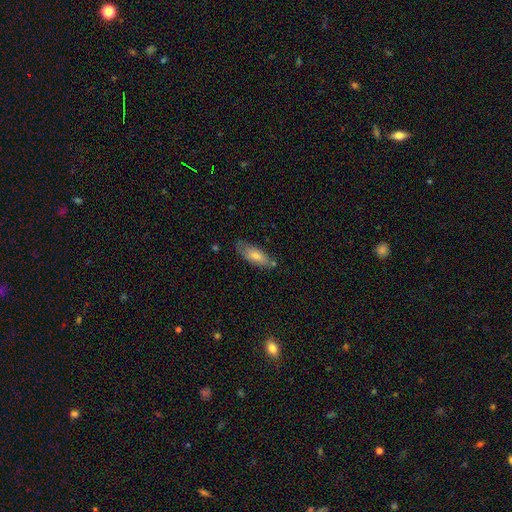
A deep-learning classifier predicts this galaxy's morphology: Overall: smooth (73%). How rounded: in between (73%). Merging: none (65%).